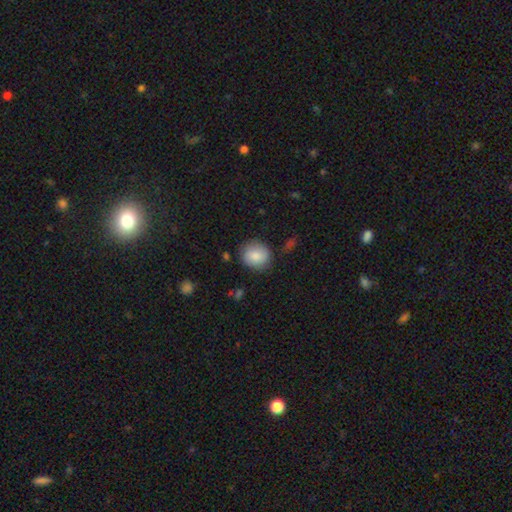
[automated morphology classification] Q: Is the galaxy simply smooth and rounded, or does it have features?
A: smooth — 82%.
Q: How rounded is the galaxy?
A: round — 81%.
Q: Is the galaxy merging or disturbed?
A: none — 80%.